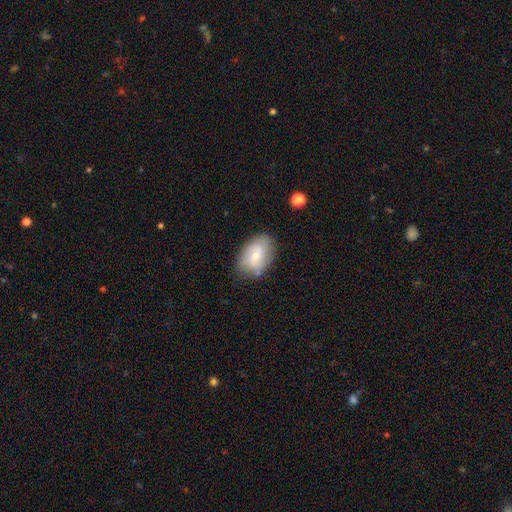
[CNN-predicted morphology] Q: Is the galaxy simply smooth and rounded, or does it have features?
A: smooth — 53%.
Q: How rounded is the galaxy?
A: in between — 86%.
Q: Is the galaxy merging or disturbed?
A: none — 73%.